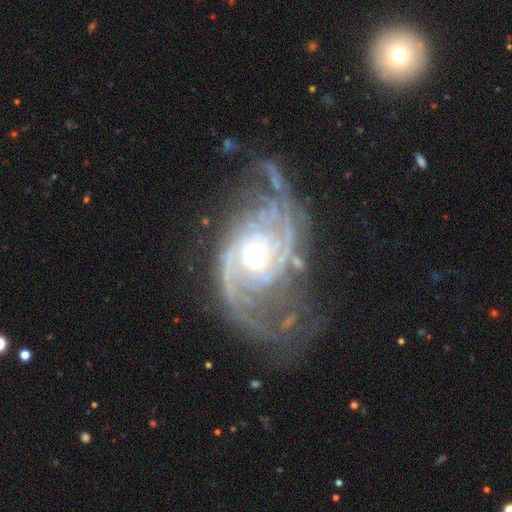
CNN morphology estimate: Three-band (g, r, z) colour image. It shows a featured or disk galaxy (91%) with no bar (68%), 2 (49%) medium (42%) spiral arms (98%) and a small central bulge (56%). Merging: none (61%).